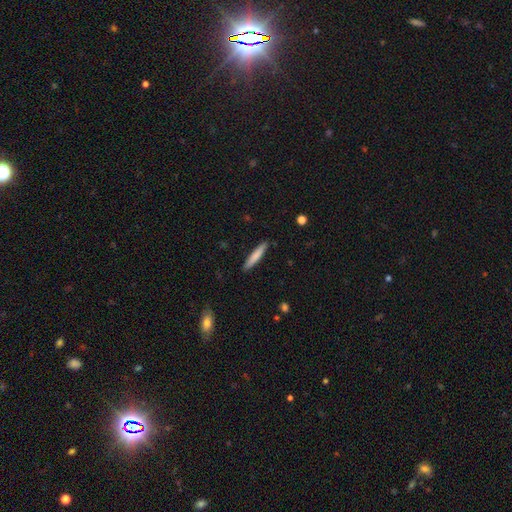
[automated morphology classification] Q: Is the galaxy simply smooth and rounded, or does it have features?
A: smooth — 78%.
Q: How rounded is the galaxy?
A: cigar-shaped — 92%.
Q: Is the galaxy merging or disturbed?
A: none — 90%.